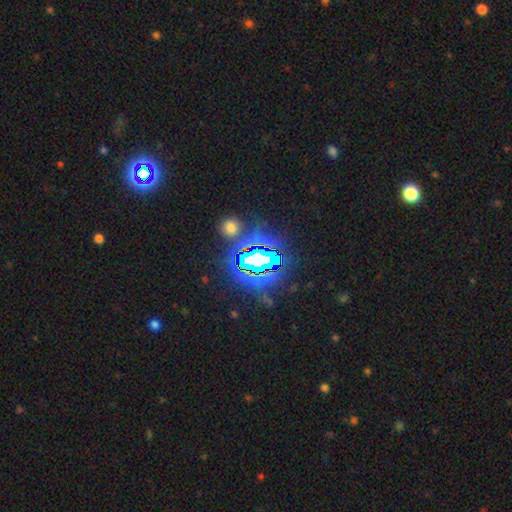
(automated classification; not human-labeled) Smooth or featured? Predicted: star or artifact (p=0.76).